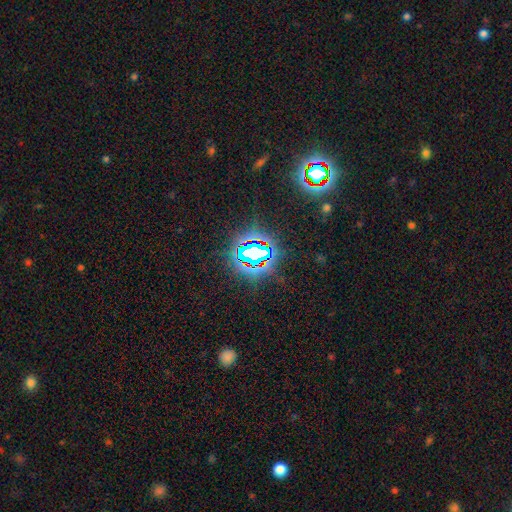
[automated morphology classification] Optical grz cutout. It shows a star or artifact, not a galaxy (77%).